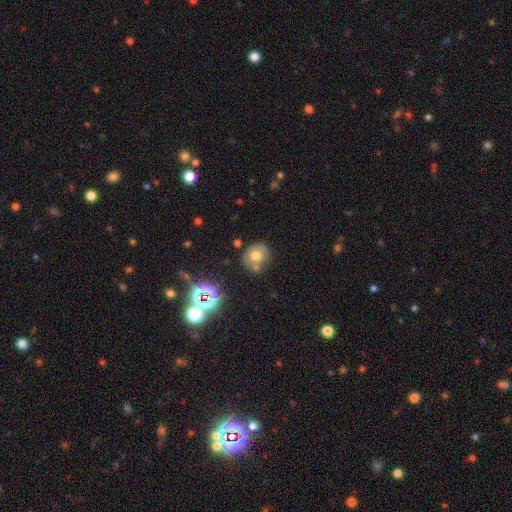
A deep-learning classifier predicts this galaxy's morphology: Q: Smooth or featured?
A: smooth (60%); runner-up: featured or disk (24%)
Q: How rounded?
A: round (79%); runner-up: in between (20%)
Q: Merging?
A: none (66%); runner-up: minor disturbance (16%)